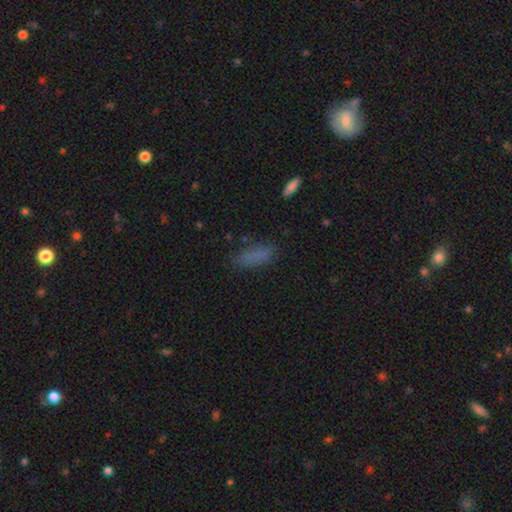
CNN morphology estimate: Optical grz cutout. It shows a smooth galaxy with no disk features (80%) that is in between round and cigar-shaped (51%). Merging: none (75%).